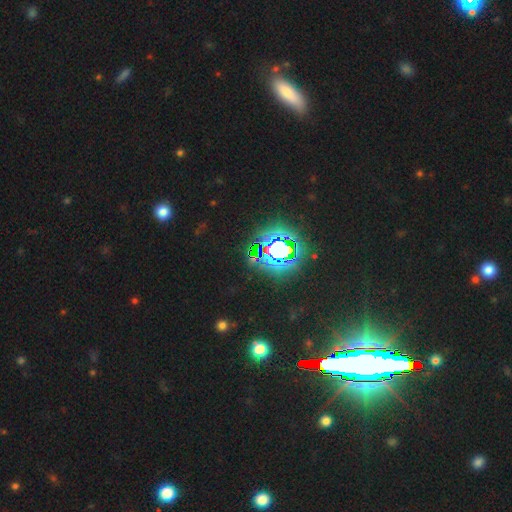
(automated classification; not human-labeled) Smooth or featured?
  - star or artifact: 75% *
  - smooth: 14%
  - featured or disk: 10%